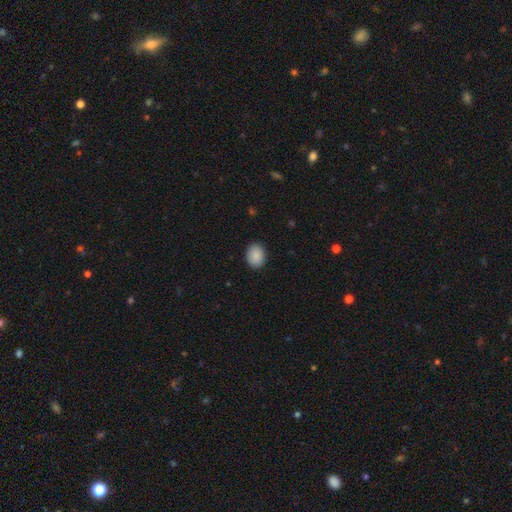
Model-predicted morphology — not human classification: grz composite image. It shows a smooth galaxy with no disk features (90%) that is in between round and cigar-shaped (60%). Merging: none (89%).